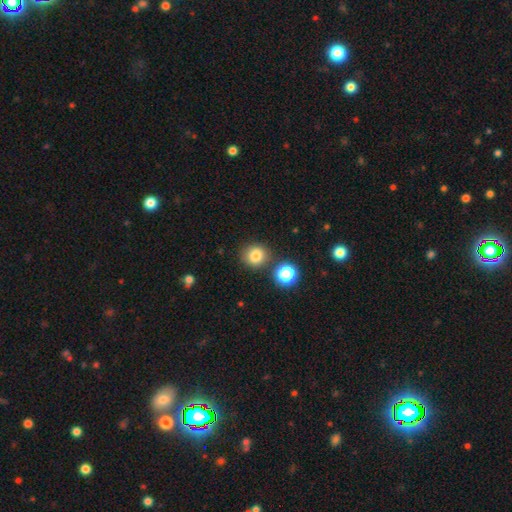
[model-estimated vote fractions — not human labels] Smooth or featured?
  - smooth: 81% *
  - star or artifact: 13%
  - featured or disk: 6%
How rounded?
  - round: 86% *
  - in between: 13%
  - cigar-shaped: 1%
Merging?
  - none: 81% *
  - minor disturbance: 9%
  - merger: 8%
  - major disturbance: 3%